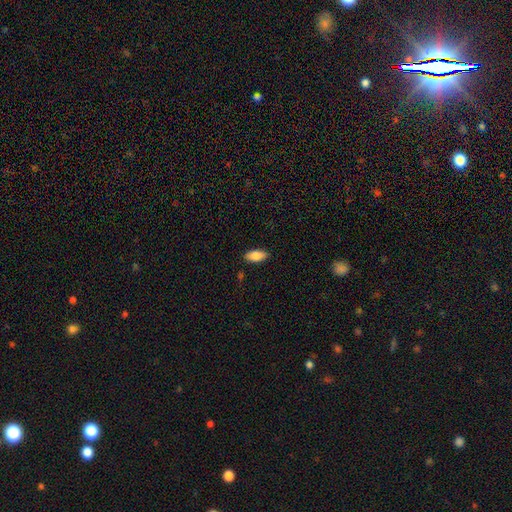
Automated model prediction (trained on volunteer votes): Smooth or featured?
  - smooth: 84% *
  - featured or disk: 9%
  - star or artifact: 7%
How rounded?
  - in between: 88% *
  - cigar-shaped: 10%
  - round: 2%
Merging?
  - none: 87% *
  - minor disturbance: 10%
  - major disturbance: 2%
  - merger: 1%